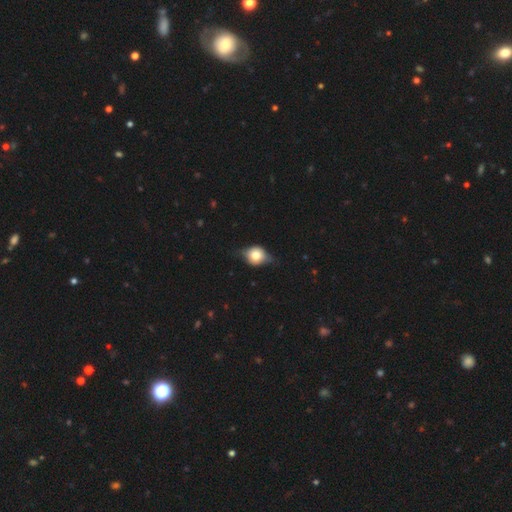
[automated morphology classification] Overall: smooth (54%; featured or disk 37%). How rounded: round (61%; in between 37%). Merging: none (62%; minor disturbance 28%).